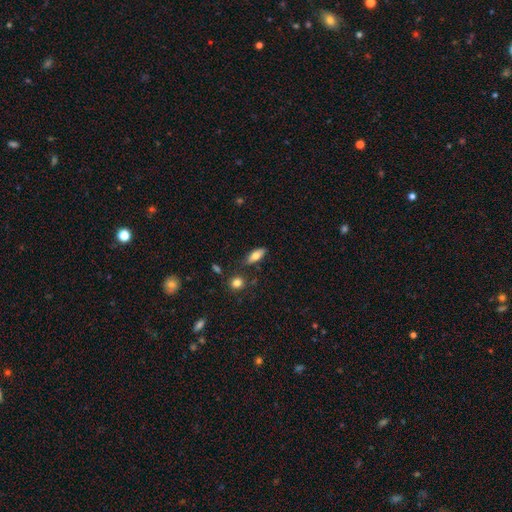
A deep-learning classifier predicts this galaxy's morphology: smooth 73%, featured or disk 20%, star or artifact 7%. Down the decision tree: how rounded — in between (78%); merging — none (78%).